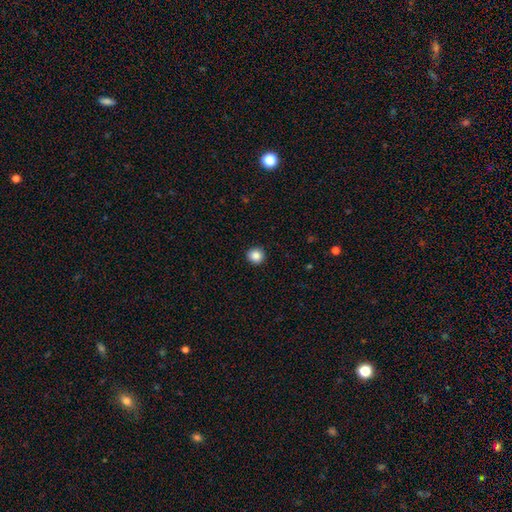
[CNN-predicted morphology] Smooth or featured: smooth — 87% (star or artifact — 10%)
How rounded: round — 94% (in between — 5%)
Merging: none — 93% (minor disturbance — 5%)